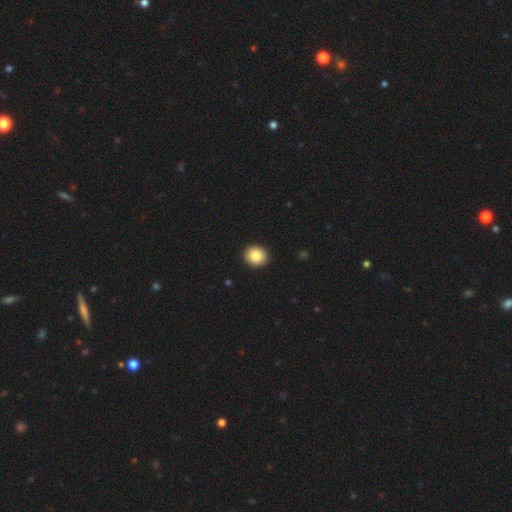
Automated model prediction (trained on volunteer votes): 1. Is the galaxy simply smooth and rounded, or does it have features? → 88% smooth, 8% star or artifact, 4% featured or disk.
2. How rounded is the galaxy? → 87% round, 12% in between, 1% cigar-shaped.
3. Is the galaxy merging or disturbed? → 93% none, 5% minor disturbance, 1% major disturbance, 1% merger.